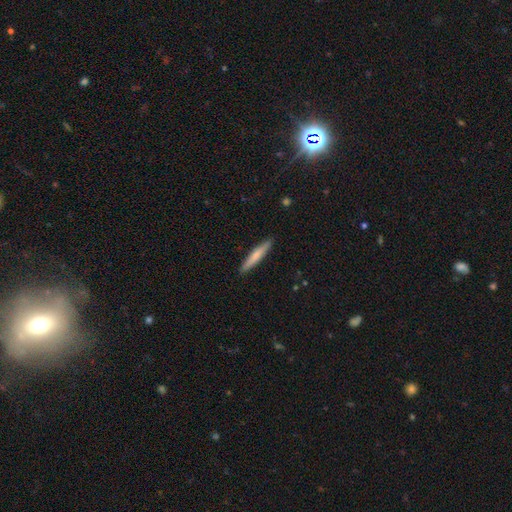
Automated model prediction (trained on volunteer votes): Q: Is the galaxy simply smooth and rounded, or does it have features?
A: smooth — 67%.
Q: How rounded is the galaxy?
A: cigar-shaped — 93%.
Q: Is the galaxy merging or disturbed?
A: none — 91%.